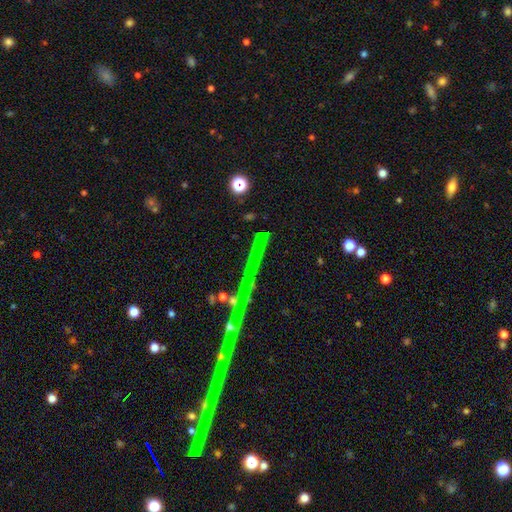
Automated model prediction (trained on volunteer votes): Overall: star or artifact (59%; featured or disk 28%).